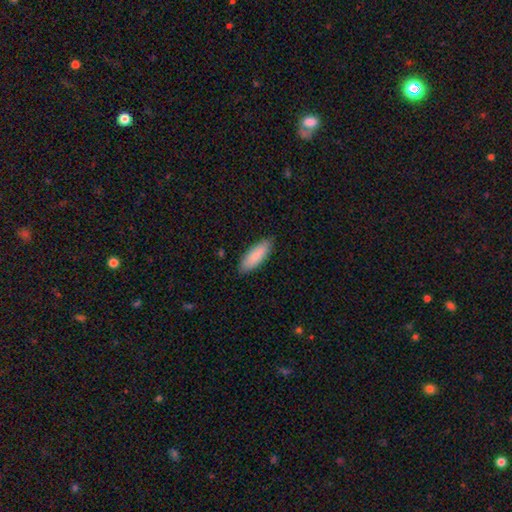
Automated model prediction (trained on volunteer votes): Morphology: type=smooth (83%); roundness=in between (61%); merging=none (87%).